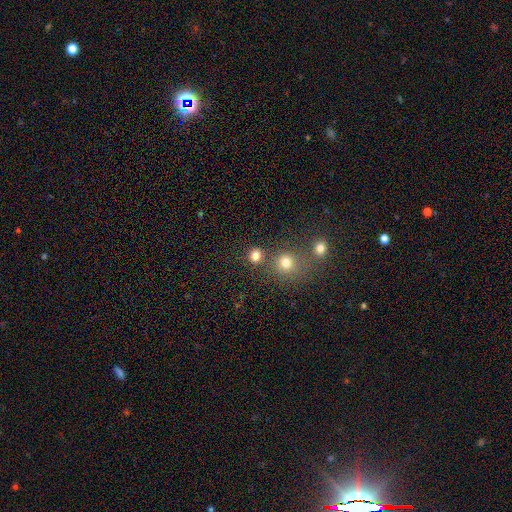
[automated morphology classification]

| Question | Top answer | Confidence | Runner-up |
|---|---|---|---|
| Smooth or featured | smooth | 79% | star or artifact (15%) |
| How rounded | round | 84% | in between (15%) |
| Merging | none | 74% | merger (14%) |